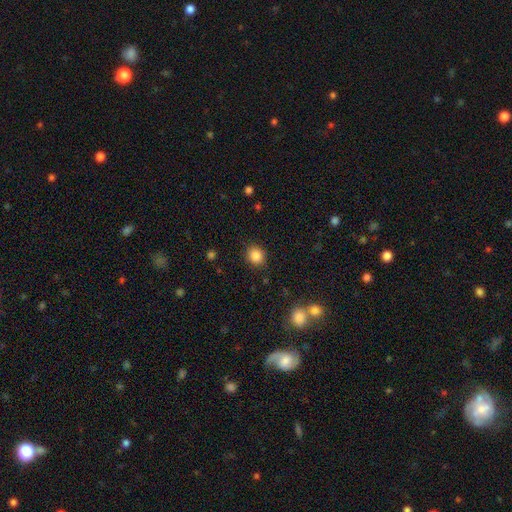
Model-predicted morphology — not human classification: A smooth galaxy with no disk features (86%) that is round (78%). Merging: none (88%).